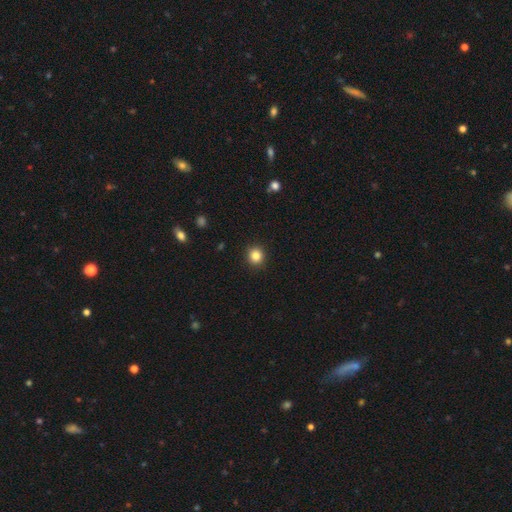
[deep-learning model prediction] Q: Smooth or featured?
A: smooth (84%); runner-up: star or artifact (11%)
Q: How rounded?
A: round (90%); runner-up: in between (9%)
Q: Merging?
A: none (92%); runner-up: minor disturbance (6%)